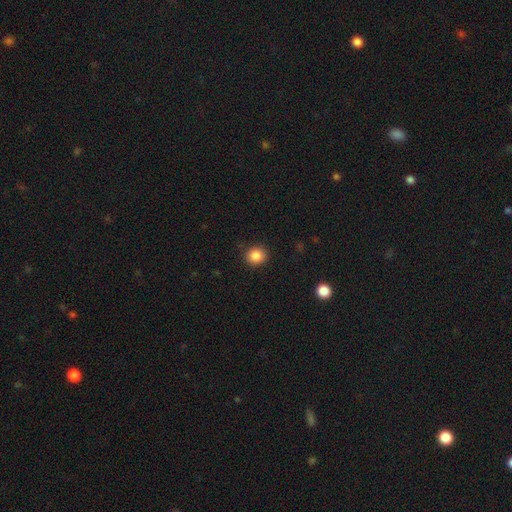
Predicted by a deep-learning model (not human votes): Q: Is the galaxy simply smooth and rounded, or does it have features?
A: smooth — 86%.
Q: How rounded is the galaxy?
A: round — 85%.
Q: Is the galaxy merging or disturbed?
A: none — 90%.